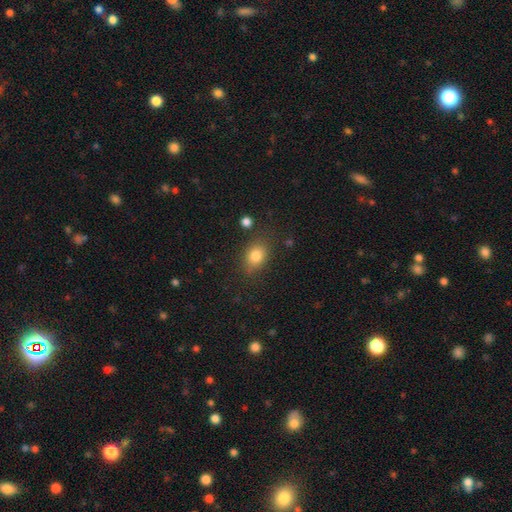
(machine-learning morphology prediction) Smooth or featured? Predicted: smooth (p=0.81). How rounded? Predicted: in between (p=0.60). Merging? Predicted: none (p=0.77).